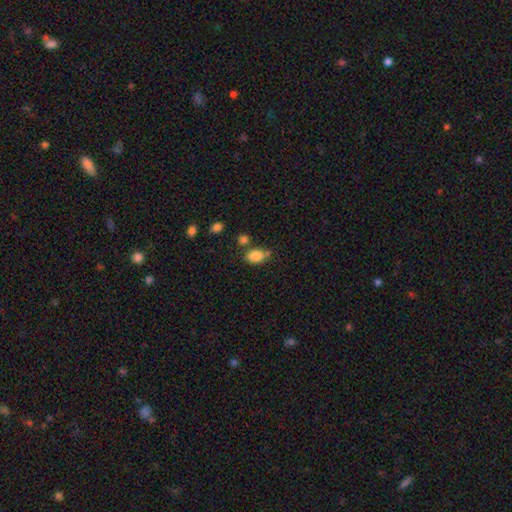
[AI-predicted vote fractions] Smooth or featured: smooth — 84% (star or artifact — 9%)
How rounded: in between — 82% (round — 16%)
Merging: none — 60% (minor disturbance — 20%)